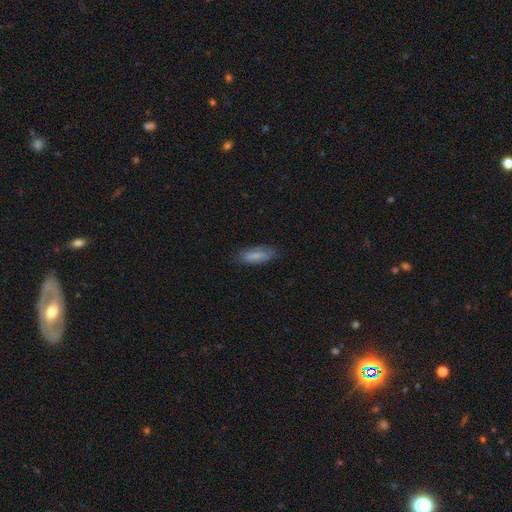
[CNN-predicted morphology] A smooth galaxy with no disk features (77%) that is in between round and cigar-shaped (54%).

Vote fractions:
- Smooth or featured? smooth: 77% / featured or disk: 16% / star or artifact: 7%
- How rounded? in between: 54% / cigar-shaped: 44% / round: 2%
- Merging? none: 77% / minor disturbance: 17% / major disturbance: 4% / merger: 1%